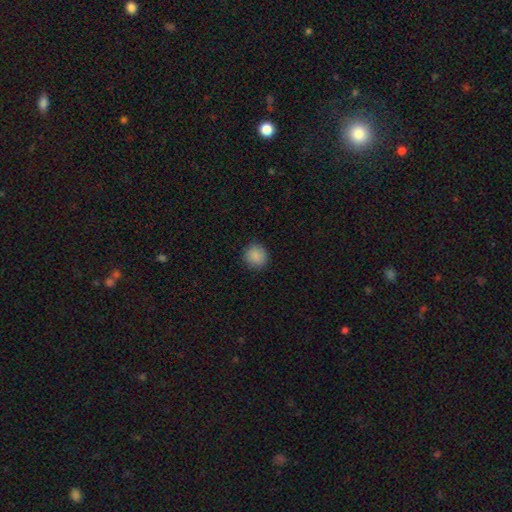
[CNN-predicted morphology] Overall: smooth (88%). How rounded: round (89%). Merging: none (90%).